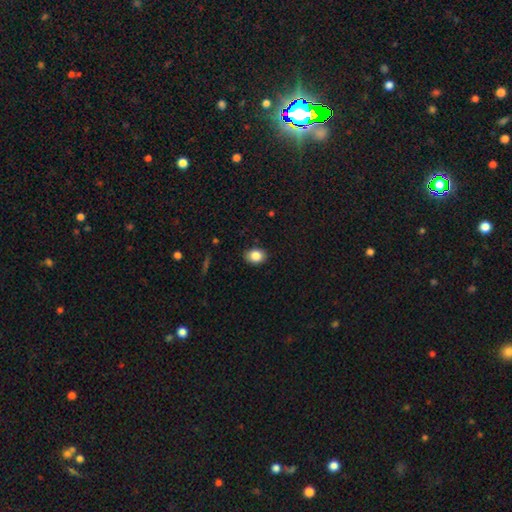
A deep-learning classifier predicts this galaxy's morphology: type=smooth (85%); roundness=in between (61%); merging=none (88%).